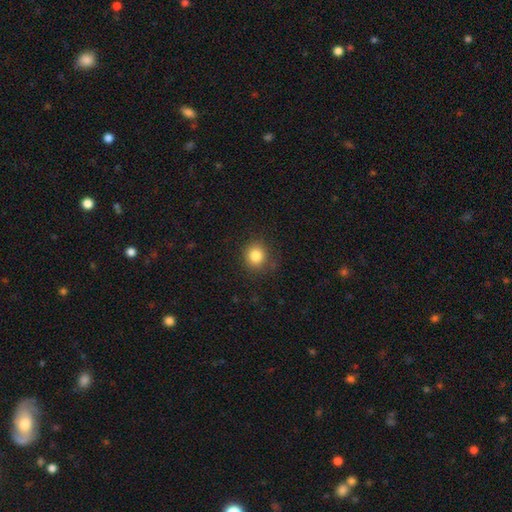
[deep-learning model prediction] Q: Smooth or featured?
A: smooth (82%); runner-up: star or artifact (11%)
Q: How rounded?
A: round (87%); runner-up: in between (12%)
Q: Merging?
A: none (84%); runner-up: minor disturbance (11%)